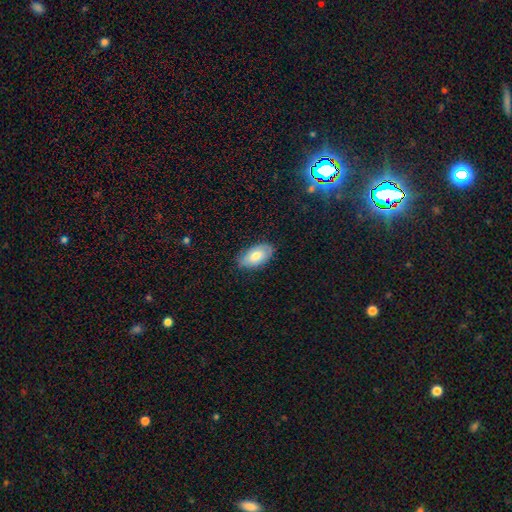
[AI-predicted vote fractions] Overall: smooth (67%). How rounded: in between (94%). Merging: none (80%).